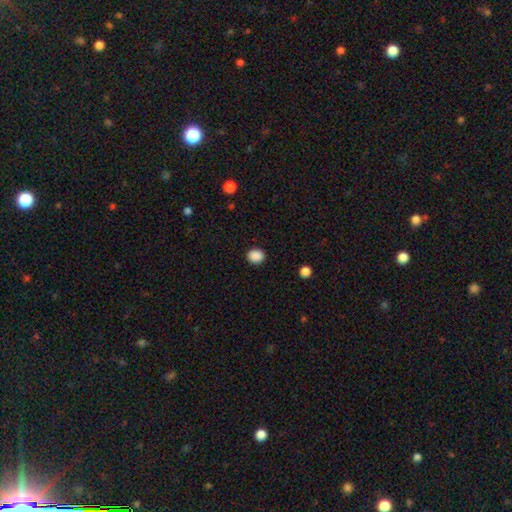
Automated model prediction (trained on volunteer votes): A smooth galaxy with no disk features (89%) that is round (70%).

Vote fractions:
- Smooth or featured? smooth: 89% / star or artifact: 9% / featured or disk: 2%
- How rounded? round: 70% / in between: 29% / cigar-shaped: 1%
- Merging? none: 90% / minor disturbance: 7% / major disturbance: 2% / merger: 1%